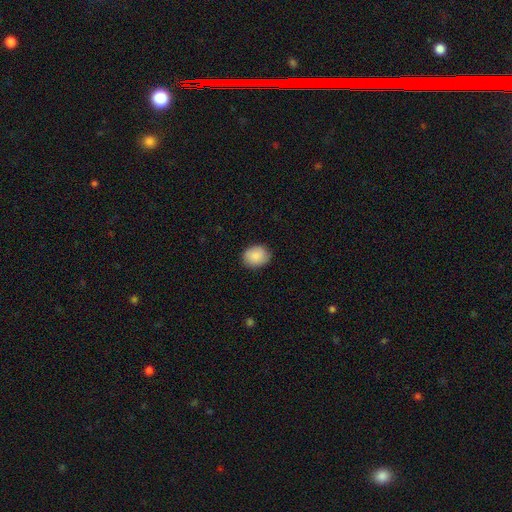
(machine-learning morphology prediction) The model was most divided on "how rounded": round: 60%, in between: 39%, cigar-shaped: 1%. More confident: smooth or featured — smooth (89%); merging — none (86%).